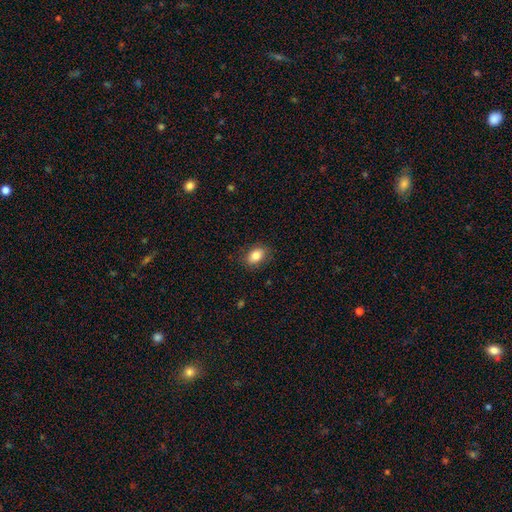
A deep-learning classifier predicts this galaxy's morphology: Smooth or featured?
  - smooth: 83% *
  - featured or disk: 9%
  - star or artifact: 8%
How rounded?
  - in between: 83% *
  - round: 16%
  - cigar-shaped: 2%
Merging?
  - none: 84% *
  - minor disturbance: 12%
  - major disturbance: 3%
  - merger: 1%